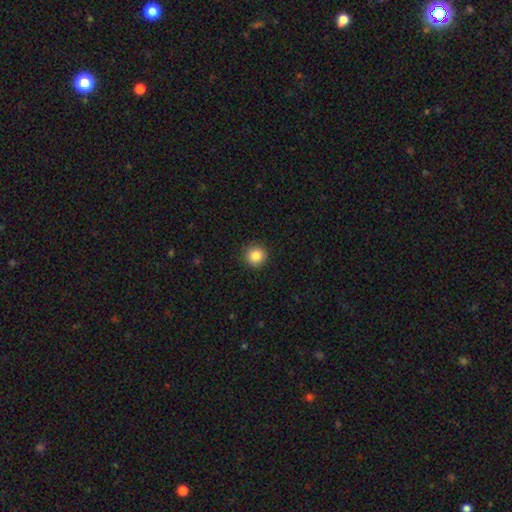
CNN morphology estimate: Smooth or featured? Predicted: smooth (p=0.85). How rounded? Predicted: round (p=0.94). Merging? Predicted: none (p=0.92).